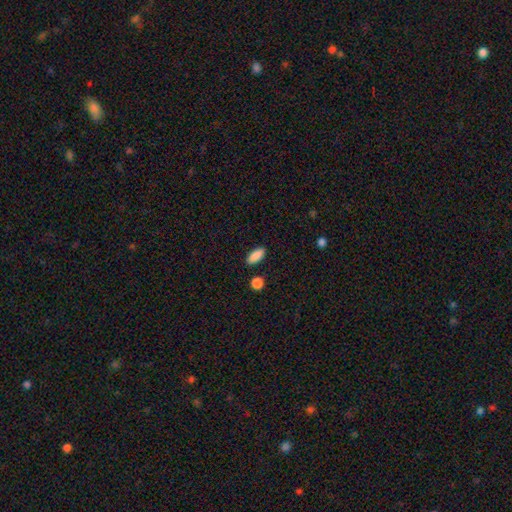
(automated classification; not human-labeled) A smooth galaxy with no disk features (89%) that is in between round and cigar-shaped (81%).

Vote fractions:
- Smooth or featured? smooth: 89% / star or artifact: 7% / featured or disk: 4%
- How rounded? in between: 81% / cigar-shaped: 16% / round: 3%
- Merging? none: 87% / minor disturbance: 8% / merger: 3% / major disturbance: 2%